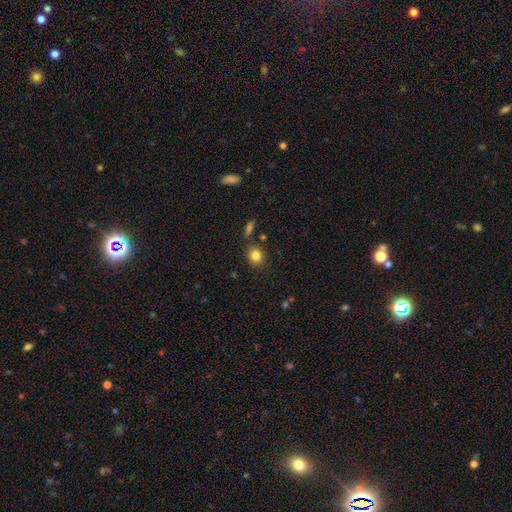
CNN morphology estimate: A smooth galaxy with no disk features (83%) that is round (81%). Merging: none (83%).